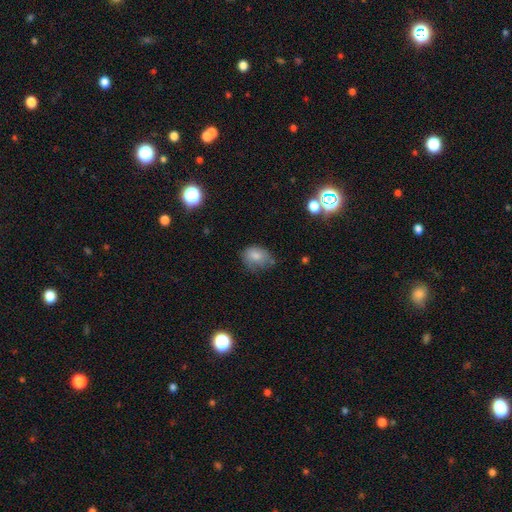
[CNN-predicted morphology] The model was most divided on "merging": none: 52%, minor disturbance: 34%, major disturbance: 11%, merger: 3%. More confident: smooth or featured — smooth (78%); how rounded — in between (66%).